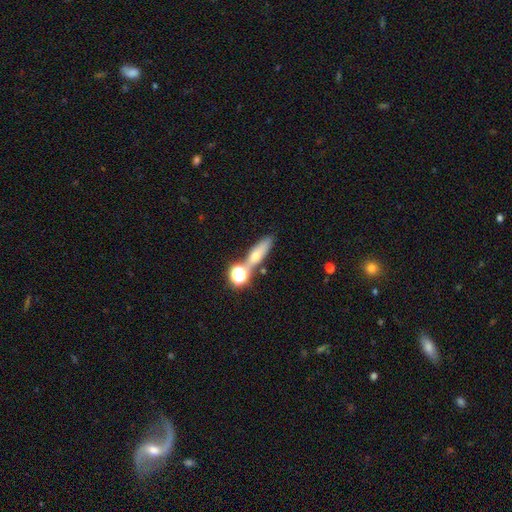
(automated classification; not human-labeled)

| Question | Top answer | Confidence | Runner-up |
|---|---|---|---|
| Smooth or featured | smooth | 58% | featured or disk (25%) |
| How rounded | cigar-shaped | 45% | in between (39%) |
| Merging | none | 60% | merger (21%) |